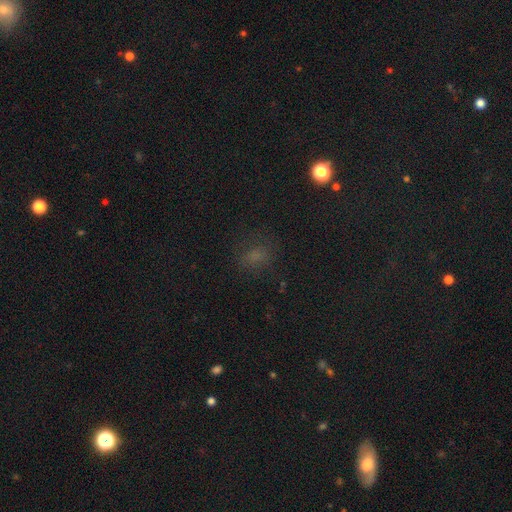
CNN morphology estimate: Q: Smooth or featured?
A: smooth (62%); runner-up: star or artifact (28%)
Q: How rounded?
A: in between (52%); runner-up: round (46%)
Q: Merging?
A: none (72%); runner-up: minor disturbance (17%)